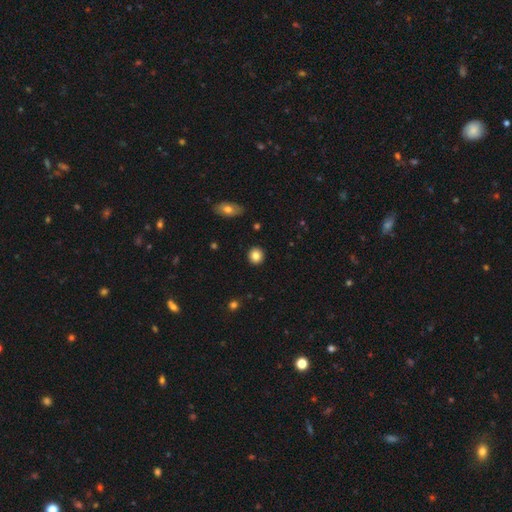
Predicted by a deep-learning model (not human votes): Morphology: type=smooth (84%); roundness=round (88%); merging=none (92%).